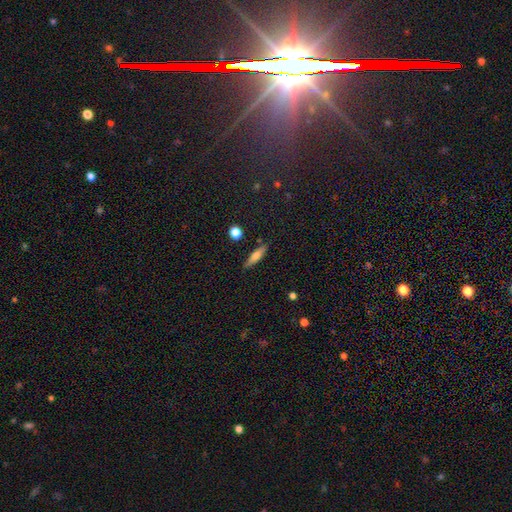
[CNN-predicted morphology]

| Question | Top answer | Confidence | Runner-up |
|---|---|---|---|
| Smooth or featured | smooth | 61% | featured or disk (31%) |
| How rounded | cigar-shaped | 74% | in between (23%) |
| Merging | none | 85% | minor disturbance (10%) |